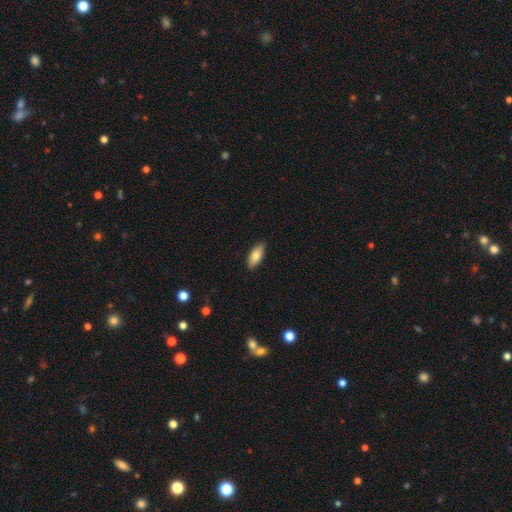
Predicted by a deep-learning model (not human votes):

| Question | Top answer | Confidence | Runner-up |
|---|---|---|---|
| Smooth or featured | smooth | 81% | featured or disk (13%) |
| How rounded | in between | 80% | cigar-shaped (18%) |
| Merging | none | 88% | minor disturbance (10%) |